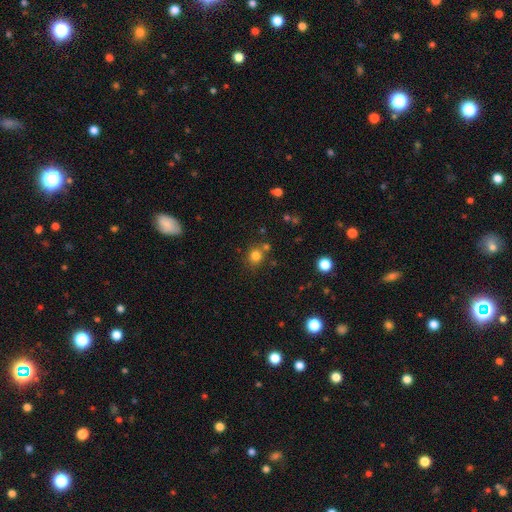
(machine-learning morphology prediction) Smooth or featured? Predicted: smooth (p=0.79). How rounded? Predicted: round (p=0.85). Merging? Predicted: none (p=0.72).